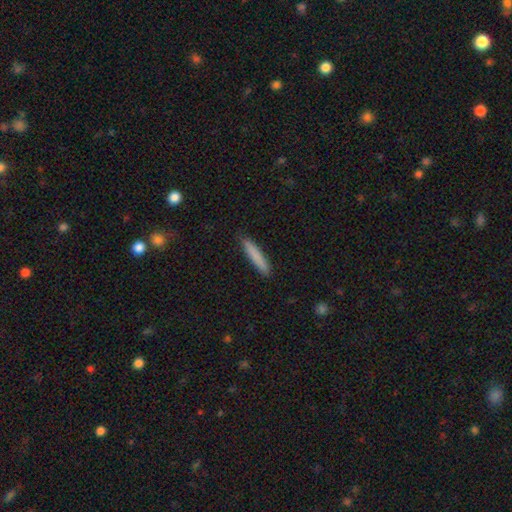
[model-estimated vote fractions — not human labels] A smooth galaxy with no disk features (83%) that is cigar-shaped (92%).

Vote fractions:
- Smooth or featured? smooth: 83% / featured or disk: 11% / star or artifact: 6%
- How rounded? cigar-shaped: 92% / in between: 6% / round: 1%
- Merging? none: 88% / minor disturbance: 9% / major disturbance: 2% / merger: 1%